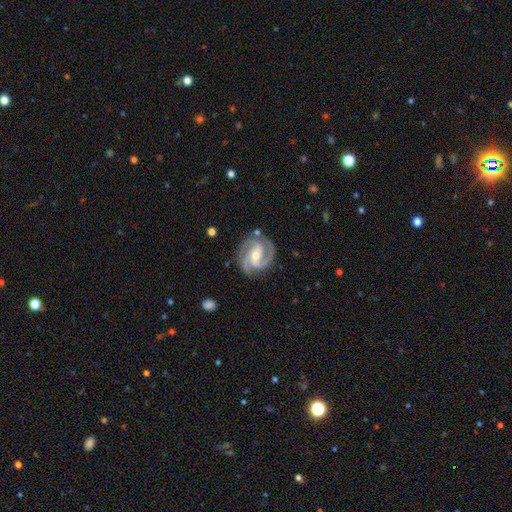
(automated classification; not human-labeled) smooth_or_featured: featured or disk (p=0.92) [alt: smooth p=0.04]
disk_edge_on: no (p=0.98) [alt: yes p=0.02]
bar: weak (p=0.44) [alt: strong p=0.29]
has_spiral_arms: yes (p=0.98) [alt: no p=0.02]
spiral_winding: medium (p=0.47) [alt: tight p=0.45]
spiral_arm_count: 3 (p=0.50) [alt: 2 p=0.35]
bulge_size: moderate (p=0.50) [alt: small p=0.46]
merging: none (p=0.78) [alt: minor disturbance p=0.15]